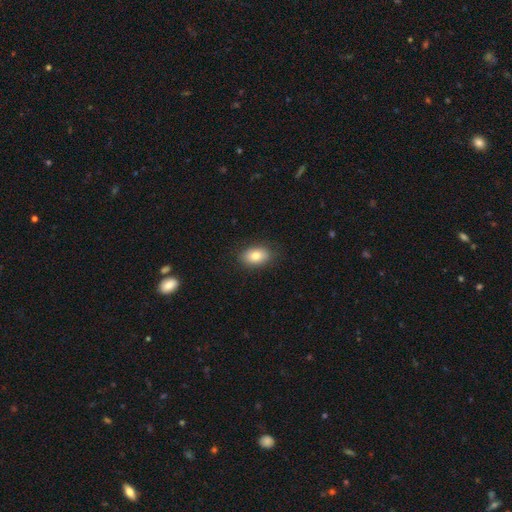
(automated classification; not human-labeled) A smooth galaxy with no disk features (81%) that is in between round and cigar-shaped (87%).

Vote fractions:
- Smooth or featured? smooth: 81% / featured or disk: 11% / star or artifact: 8%
- How rounded? in between: 87% / round: 12% / cigar-shaped: 1%
- Merging? none: 86% / minor disturbance: 10% / major disturbance: 3% / merger: 1%